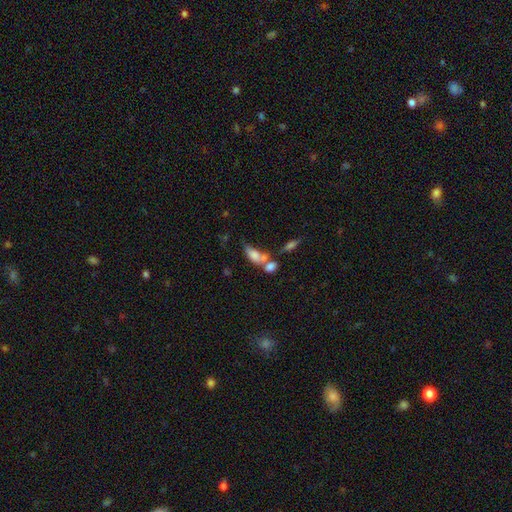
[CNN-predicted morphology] This appears to be a smooth galaxy with no disk features (70%) that is in between round and cigar-shaped (82%). Merging: merger (56%).